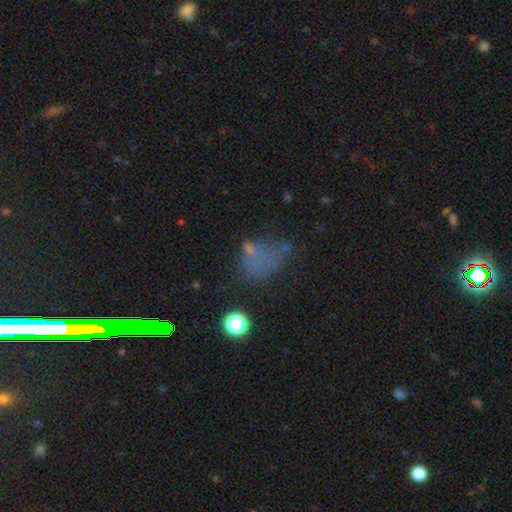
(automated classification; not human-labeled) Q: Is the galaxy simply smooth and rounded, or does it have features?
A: smooth — 50%.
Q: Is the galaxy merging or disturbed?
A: major disturbance — 34%.